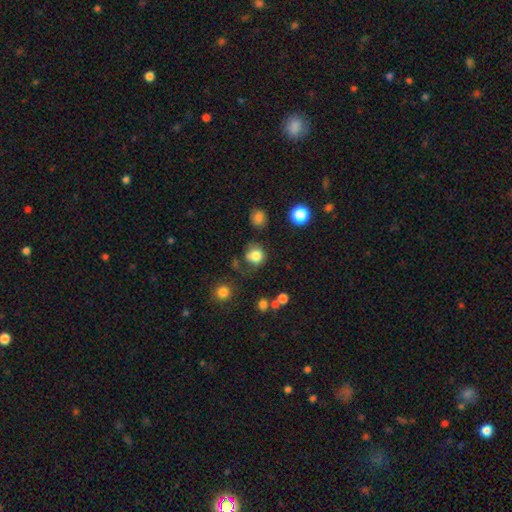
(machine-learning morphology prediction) Smooth or featured? Predicted: smooth (p=0.81). How rounded? Predicted: round (p=0.83). Merging? Predicted: none (p=0.62).